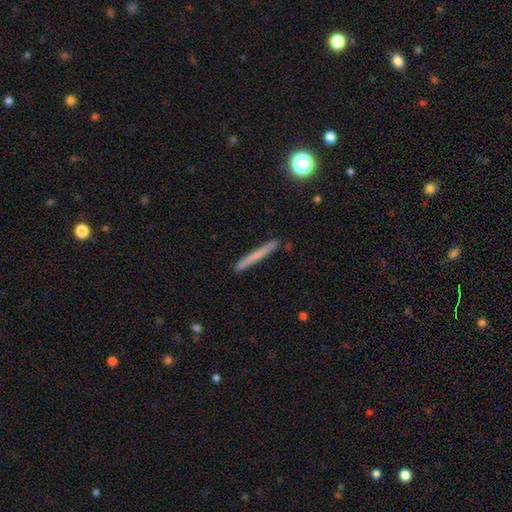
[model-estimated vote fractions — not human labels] smooth_or_featured: smooth (p=0.57) [alt: featured or disk p=0.35]
how_rounded: cigar-shaped (p=0.96) [alt: in between p=0.02]
merging: none (p=0.89) [alt: minor disturbance p=0.08]